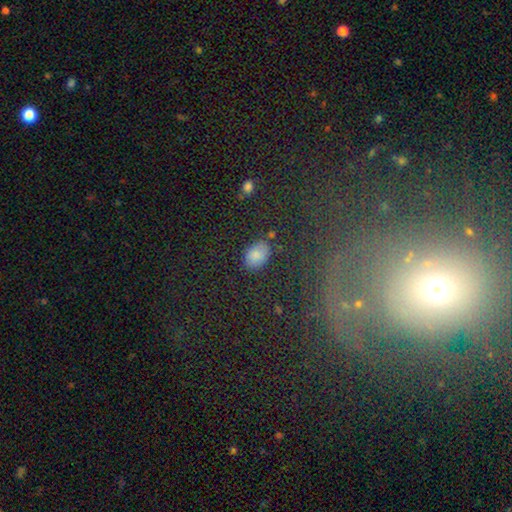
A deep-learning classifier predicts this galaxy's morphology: smooth-or-featured: smooth: 74% | star or artifact: 18% | featured or disk: 8%
  how-rounded: in between: 80% | round: 18% | cigar-shaped: 2%
  merging: none: 76% | minor disturbance: 16% | major disturbance: 5% | merger: 3%